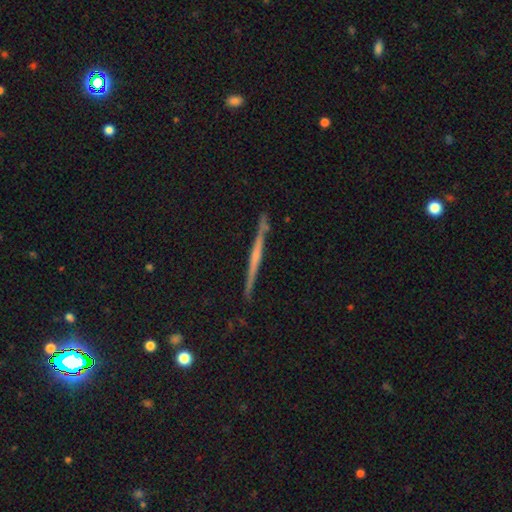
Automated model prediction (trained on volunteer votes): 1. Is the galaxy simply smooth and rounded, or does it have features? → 71% featured or disk, 22% smooth, 7% star or artifact.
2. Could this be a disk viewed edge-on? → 98% yes, 2% no.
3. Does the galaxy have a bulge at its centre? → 53% none, 36% rounded, 11% boxy.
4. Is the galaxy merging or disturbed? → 87% none, 9% minor disturbance, 2% merger, 2% major disturbance.